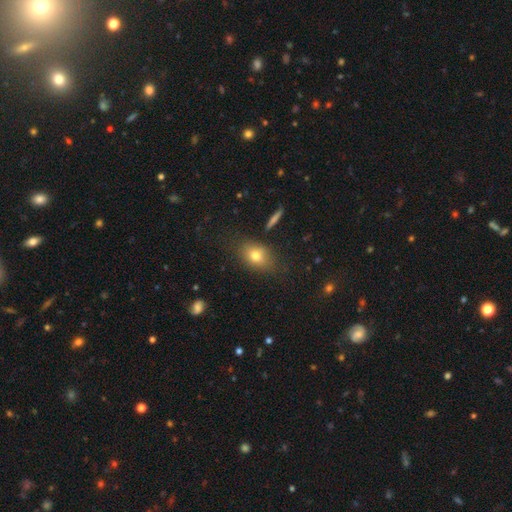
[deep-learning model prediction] A smooth galaxy with no disk features (75%) that is in between round and cigar-shaped (72%). Merging: none (77%).